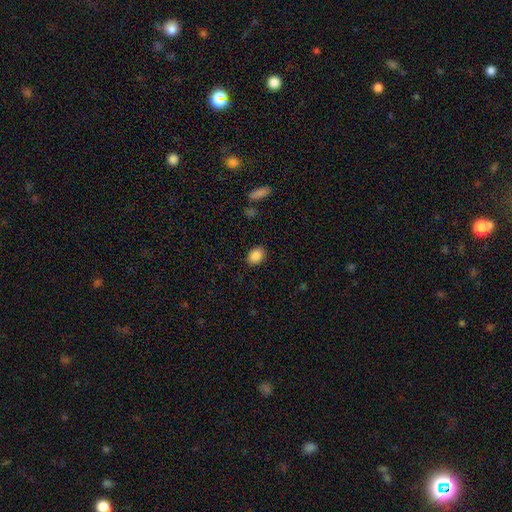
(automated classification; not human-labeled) The model was most divided on "how rounded": in between: 57%, round: 42%, cigar-shaped: 1%. More confident: smooth or featured — smooth (88%); merging — none (87%).